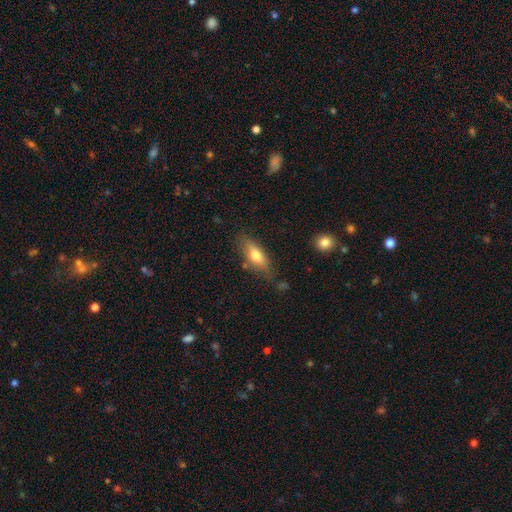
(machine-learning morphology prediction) smooth_or_featured: smooth (p=0.64) [alt: featured or disk p=0.29]
how_rounded: in between (p=0.67) [alt: cigar-shaped p=0.30]
merging: none (p=0.71) [alt: minor disturbance p=0.20]